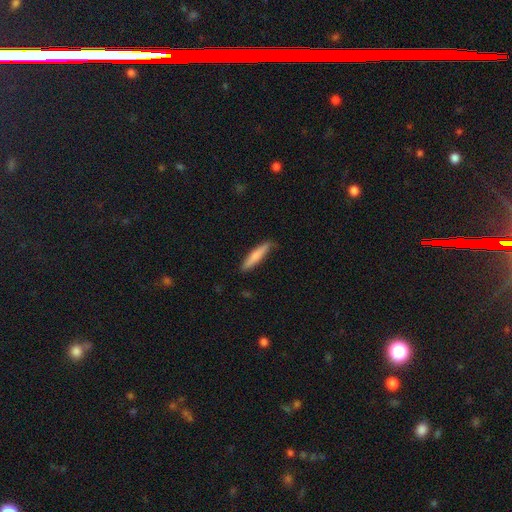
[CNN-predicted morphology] Smooth or featured? smooth (76%)
How rounded? cigar-shaped (88%)
Merging? none (82%)